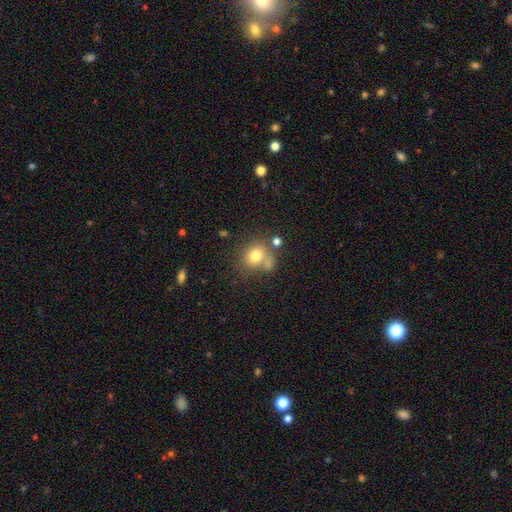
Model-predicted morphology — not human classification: The model was most divided on "merging": none: 48%, merger: 23%, minor disturbance: 17%, major disturbance: 11%. More confident: smooth or featured — smooth (75%); how rounded — round (68%).